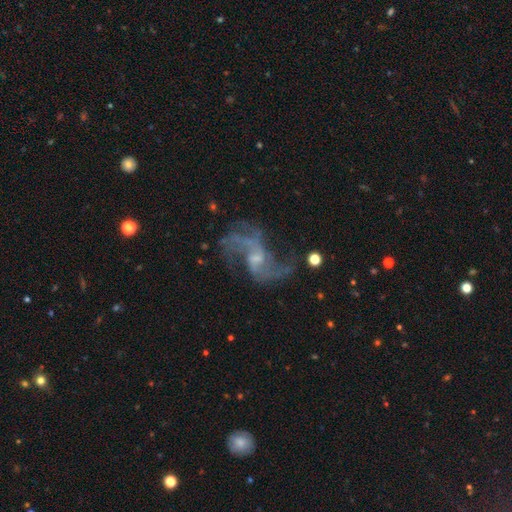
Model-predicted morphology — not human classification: This is clearly a featured or disk galaxy (85%). It is clearly not viewed edge-on (97%). Bar: marginally weak (45%). Spiral arm pattern: clearly yes (93%). Spiral arm count: likely 2 (63%). Spiral winding: likely loose (77%). Central bulge: possibly small (55%). Merging: possibly none (57%).